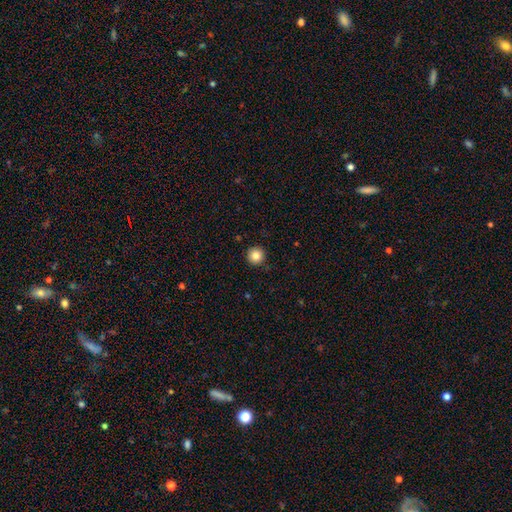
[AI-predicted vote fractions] This appears to be a smooth galaxy with no disk features (84%) that is round (96%). Merging: none (92%).